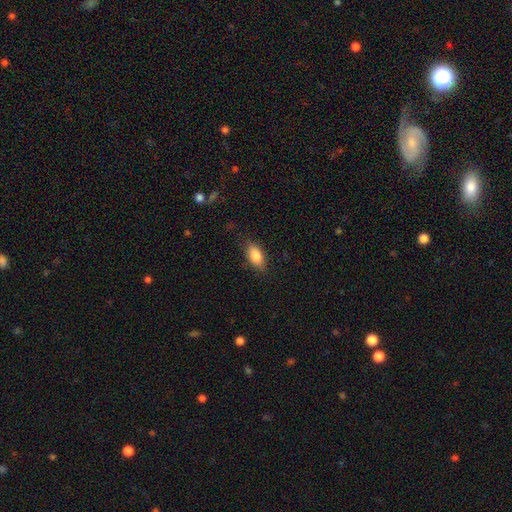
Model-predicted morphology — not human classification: Smooth or featured? smooth (84%)
How rounded? in between (88%)
Merging? none (84%)